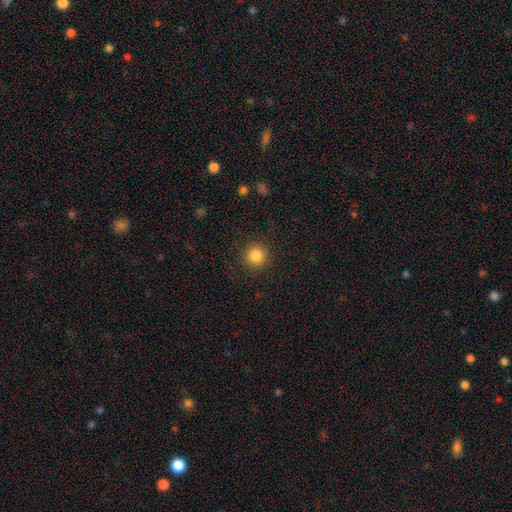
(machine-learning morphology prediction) Smooth or featured: smooth — 85% (star or artifact — 11%)
How rounded: round — 94% (in between — 5%)
Merging: none — 91% (minor disturbance — 6%)